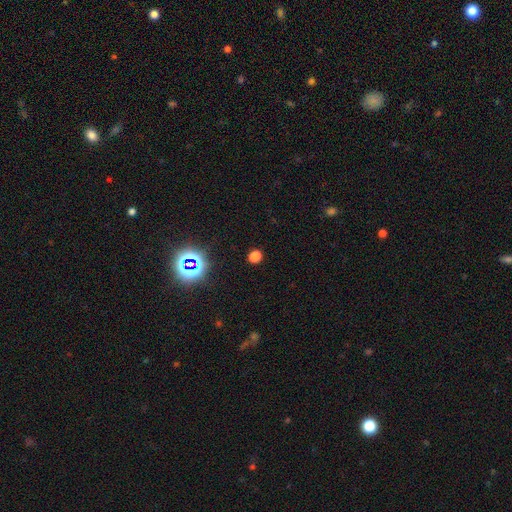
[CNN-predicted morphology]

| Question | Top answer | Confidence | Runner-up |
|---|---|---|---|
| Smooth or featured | smooth | 67% | star or artifact (28%) |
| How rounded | round | 75% | in between (24%) |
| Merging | none | 89% | minor disturbance (7%) |